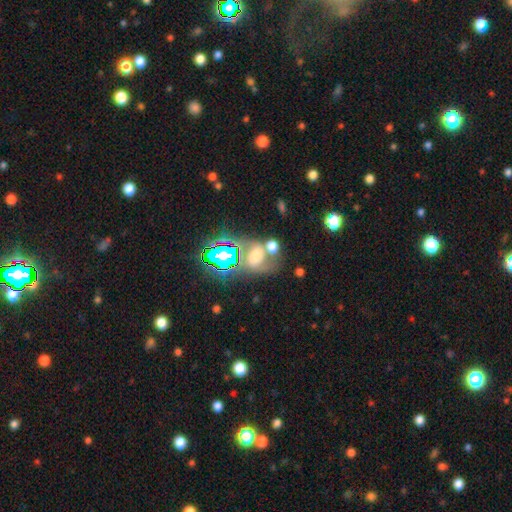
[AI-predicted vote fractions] A smooth galaxy with no disk features (39%). Merging: none (39%).